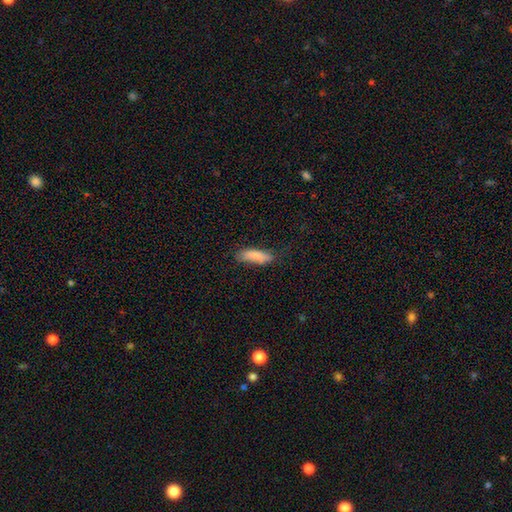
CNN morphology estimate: A smooth galaxy with no disk features (84%) that is cigar-shaped (50%).

Vote fractions:
- Smooth or featured? smooth: 84% / featured or disk: 9% / star or artifact: 7%
- How rounded? cigar-shaped: 50% / in between: 48% / round: 2%
- Merging? none: 67% / minor disturbance: 24% / major disturbance: 6% / merger: 2%